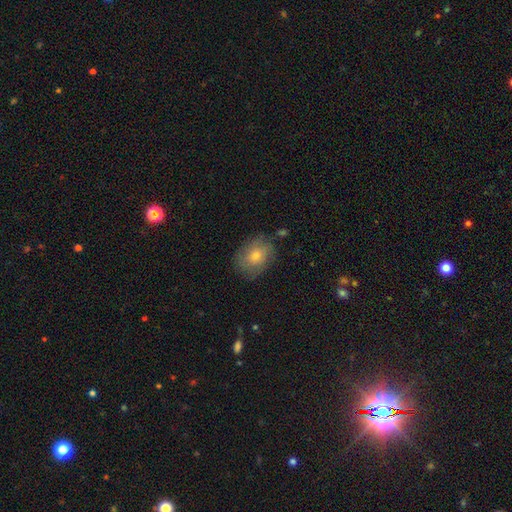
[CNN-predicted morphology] Q: Smooth or featured?
A: smooth (65%); runner-up: featured or disk (25%)
Q: How rounded?
A: in between (65%); runner-up: round (34%)
Q: Merging?
A: none (75%); runner-up: minor disturbance (19%)